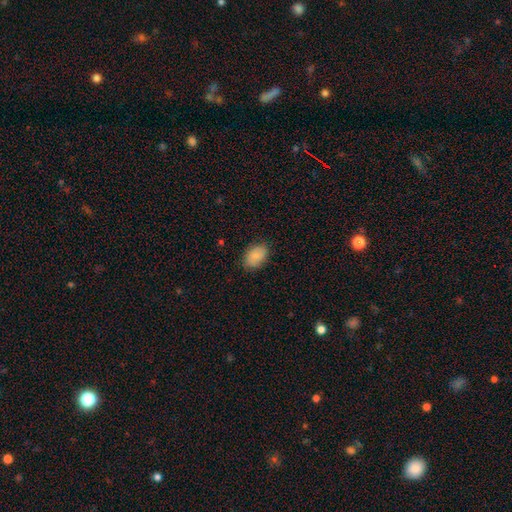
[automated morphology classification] smooth_or_featured: smooth (p=0.88) [alt: star or artifact p=0.07]
how_rounded: in between (p=0.85) [alt: round p=0.14]
merging: none (p=0.84) [alt: minor disturbance p=0.12]